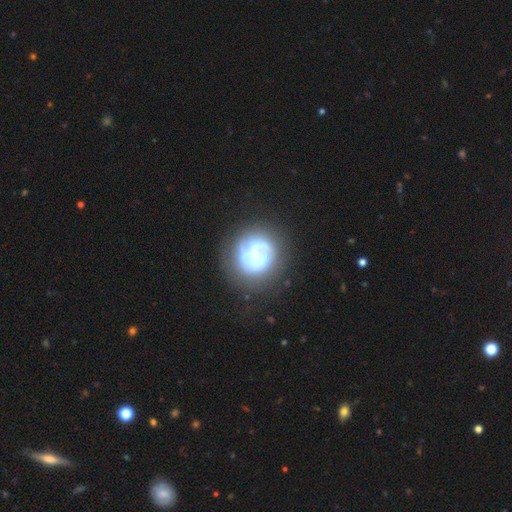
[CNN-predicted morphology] Overall: featured or disk (63%; smooth 28%). Edge-on disk: no (98%). Bar: no (78%). Spiral arms: yes (66%; no 34%). Bulge size: small (43%; moderate 28%). Merging: none (60%).